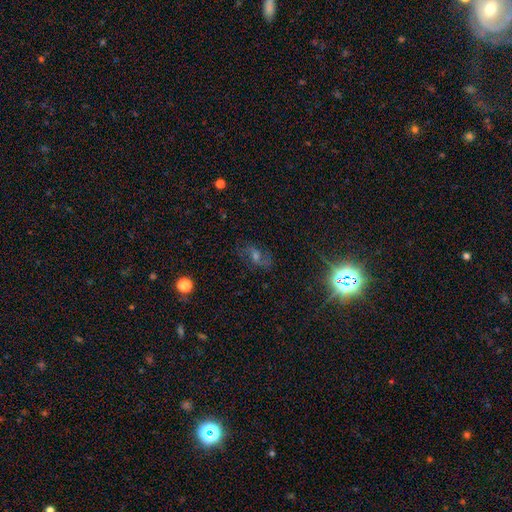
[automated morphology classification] Smooth or featured? Predicted: featured or disk (p=0.51). Edge-on disk? Predicted: no (p=0.93). Merging? Predicted: none (p=0.75).